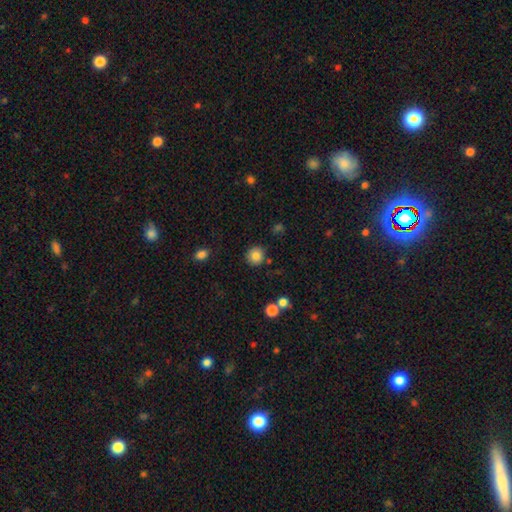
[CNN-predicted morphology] A smooth galaxy with no disk features (84%) that is round (91%). Merging: none (86%).